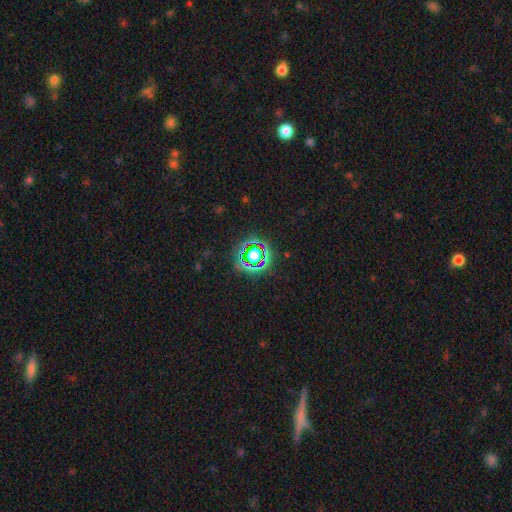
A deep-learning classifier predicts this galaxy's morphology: Q: Smooth or featured?
A: star or artifact (63%); runner-up: smooth (25%)